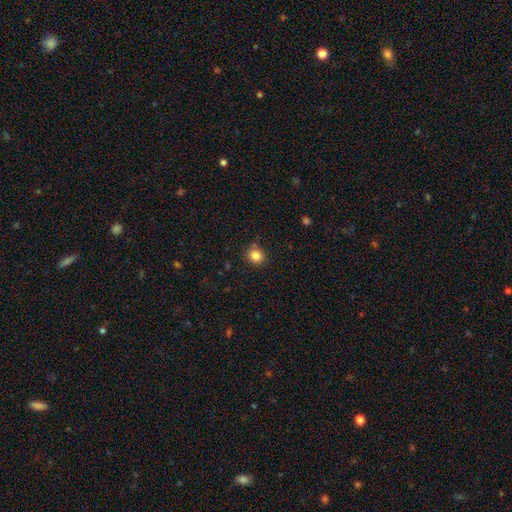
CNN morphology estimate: Smooth or featured? Predicted: smooth (p=0.83). How rounded? Predicted: round (p=0.87). Merging? Predicted: none (p=0.83).